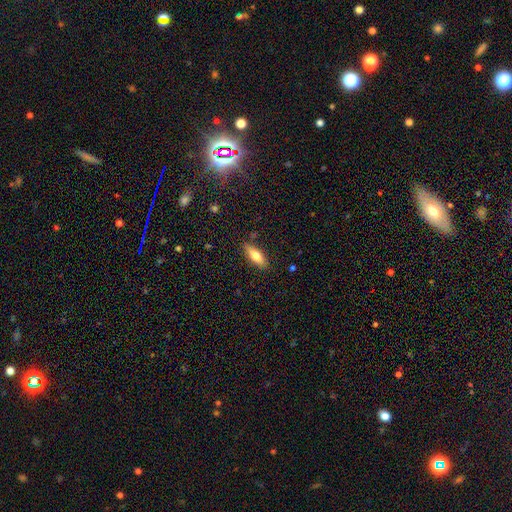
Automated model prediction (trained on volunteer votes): This appears to be a smooth galaxy with no disk features (69%) that is in between round and cigar-shaped (60%). Merging: none (85%).